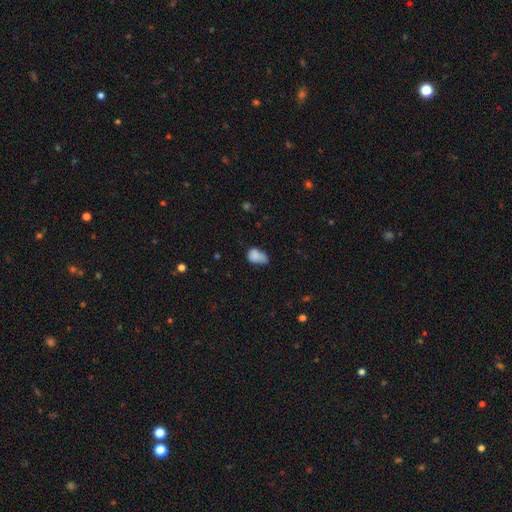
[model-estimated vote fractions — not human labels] A smooth galaxy with no disk features (78%) that is in between round and cigar-shaped (79%). Merging: minor disturbance (38%).